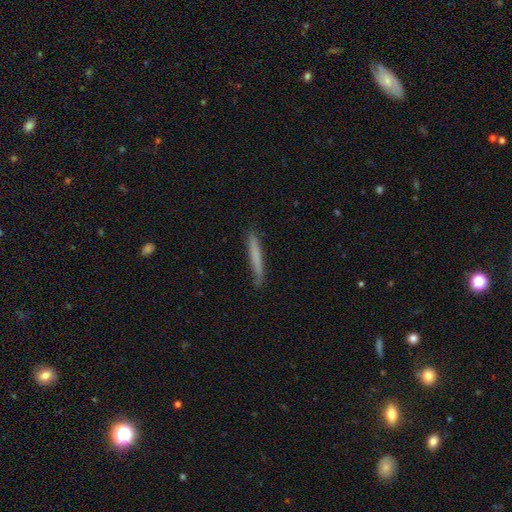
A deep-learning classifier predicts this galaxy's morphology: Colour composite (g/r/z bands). It shows a smooth galaxy with no disk features (66%) that is cigar-shaped (97%). Merging: none (83%).